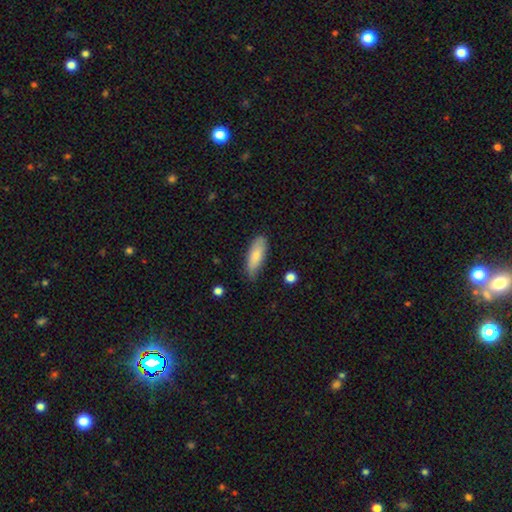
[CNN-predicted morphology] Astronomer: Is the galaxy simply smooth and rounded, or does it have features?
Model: smooth — 79%.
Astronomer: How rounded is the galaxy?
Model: in between — 65%.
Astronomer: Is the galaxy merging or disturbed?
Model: none — 71%.